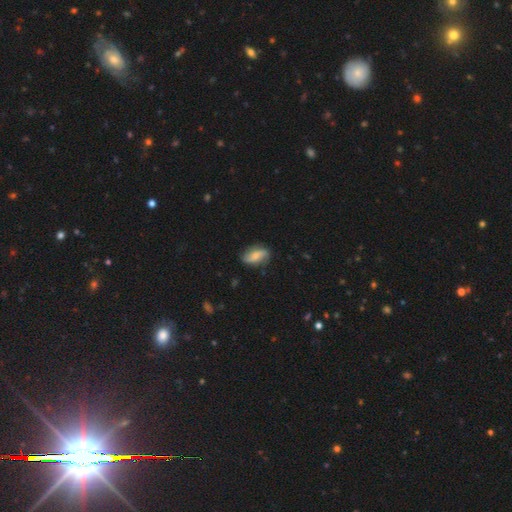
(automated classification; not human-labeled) Smooth or featured? featured or disk (54%)
Edge-on disk? no (93%)
Bar? no (43%)
Spiral arms? yes (88%)
Bulge size? small (47%)
Merging? none (78%)